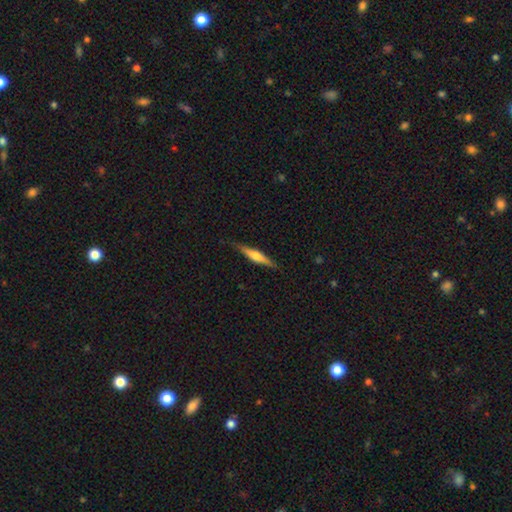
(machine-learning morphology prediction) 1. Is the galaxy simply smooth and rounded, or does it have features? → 60% featured or disk, 34% smooth, 6% star or artifact.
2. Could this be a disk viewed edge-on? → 96% yes, 4% no.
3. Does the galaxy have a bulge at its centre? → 85% rounded, 9% boxy, 6% none.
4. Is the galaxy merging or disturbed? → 87% none, 10% minor disturbance, 2% major disturbance, 1% merger.